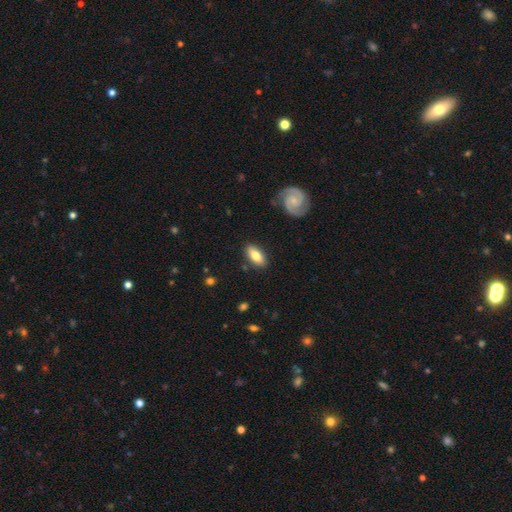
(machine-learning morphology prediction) Smooth or featured?
  - smooth: 69% *
  - featured or disk: 26%
  - star or artifact: 6%
How rounded?
  - in between: 81% *
  - cigar-shaped: 16%
  - round: 3%
Merging?
  - none: 85% *
  - minor disturbance: 11%
  - major disturbance: 2%
  - merger: 2%